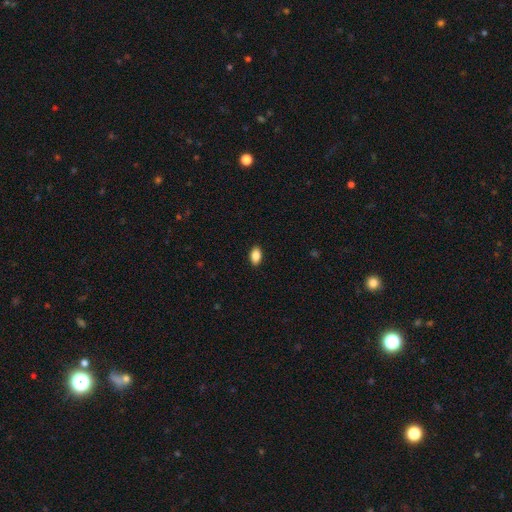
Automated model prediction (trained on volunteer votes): smooth-or-featured: smooth: 87% | star or artifact: 8% | featured or disk: 5%
  how-rounded: in between: 92% | round: 6% | cigar-shaped: 3%
  merging: none: 90% | minor disturbance: 7% | major disturbance: 2% | merger: 1%